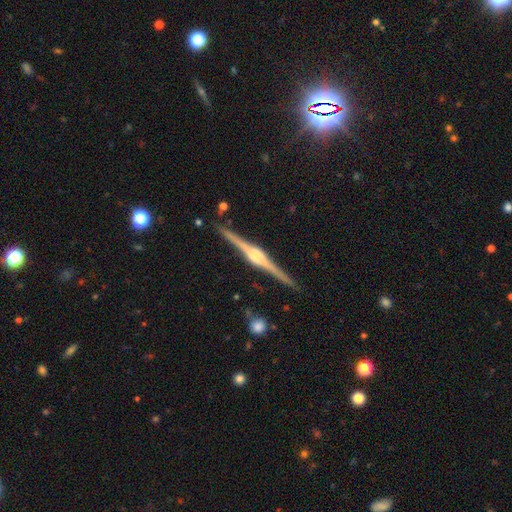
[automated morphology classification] Overall: featured or disk (89%). Edge-on disk: yes (98%). Edge-on bulge: rounded (76%). Merging: none (89%).